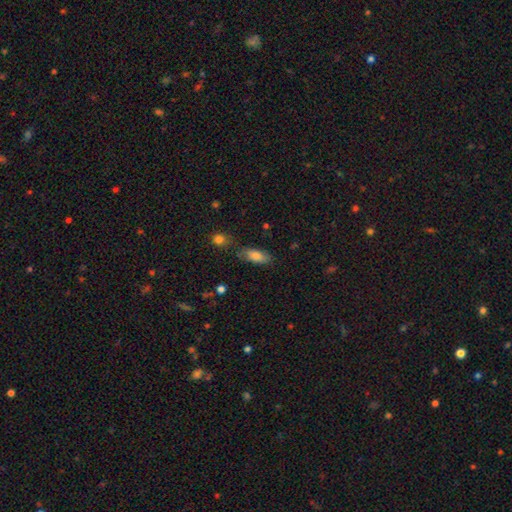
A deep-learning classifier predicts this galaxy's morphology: smooth-or-featured: smooth: 81% | featured or disk: 11% | star or artifact: 8%
  how-rounded: in between: 79% | cigar-shaped: 18% | round: 3%
  merging: none: 69% | minor disturbance: 19% | merger: 7% | major disturbance: 5%